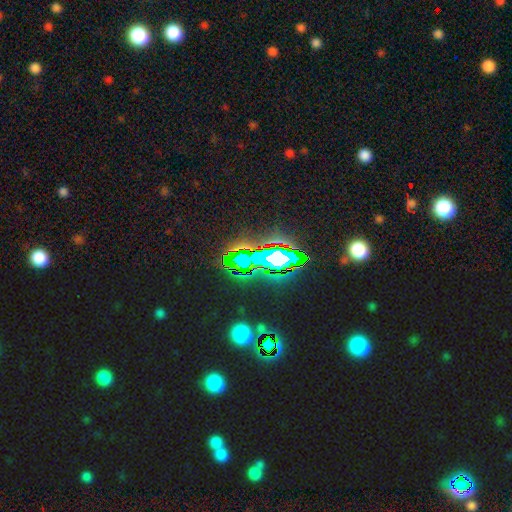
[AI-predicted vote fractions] Q: Smooth or featured?
A: star or artifact (71%); runner-up: smooth (17%)